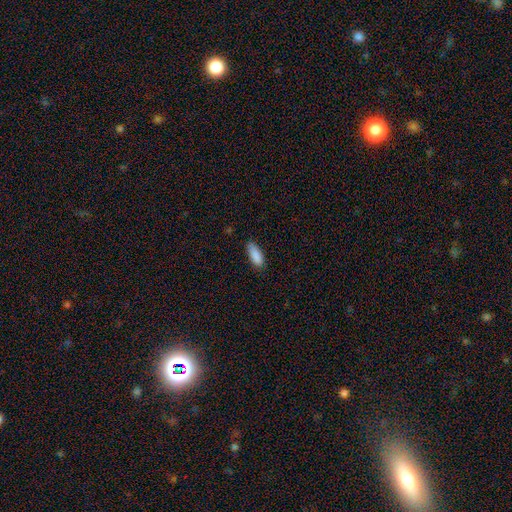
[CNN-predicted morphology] smooth 89%, star or artifact 7%, featured or disk 5%. Down the decision tree: how rounded — in between (74%); merging — none (74%).